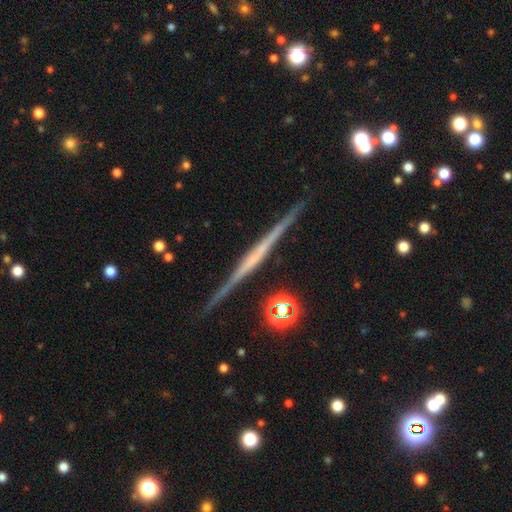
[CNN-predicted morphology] The model was most divided on "edge-on bulge": none: 71%, rounded: 17%, boxy: 12%. More confident: edge-on disk — yes (98%); merging — none (90%); smooth or featured — featured or disk (76%).